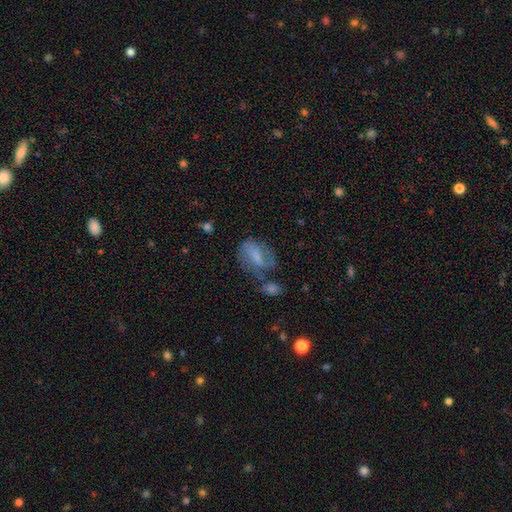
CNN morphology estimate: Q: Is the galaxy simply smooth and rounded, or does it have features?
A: smooth — 46%.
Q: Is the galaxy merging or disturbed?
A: none — 46%.